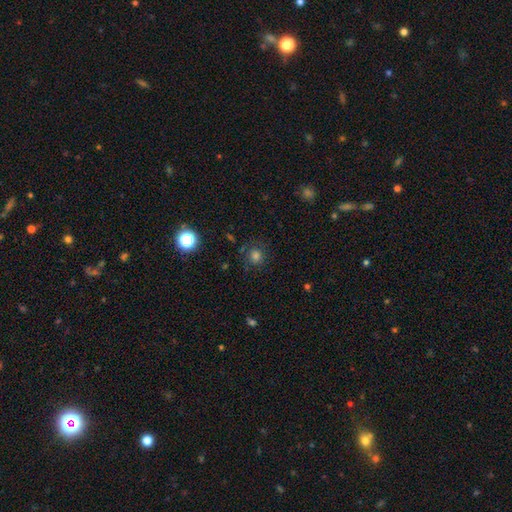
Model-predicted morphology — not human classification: Smooth or featured?
  - smooth: 74% *
  - star or artifact: 18%
  - featured or disk: 8%
How rounded?
  - round: 90% *
  - in between: 9%
  - cigar-shaped: 1%
Merging?
  - none: 80% *
  - minor disturbance: 13%
  - major disturbance: 5%
  - merger: 2%